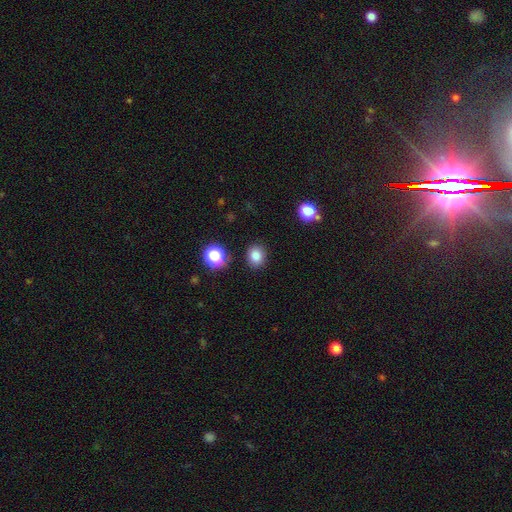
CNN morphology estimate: Smooth or featured? smooth (82%)
How rounded? round (66%)
Merging? none (87%)